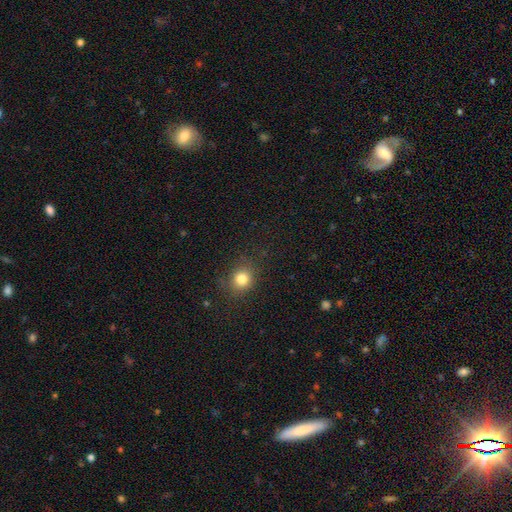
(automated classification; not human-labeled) Smooth or featured? Predicted: smooth (p=0.57). How rounded? Predicted: round (p=0.83). Merging? Predicted: none (p=0.85).